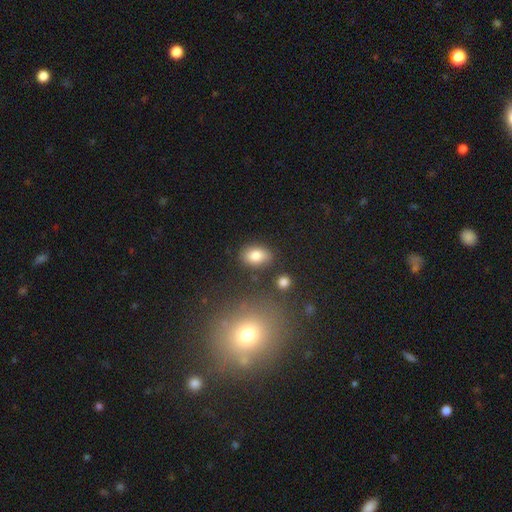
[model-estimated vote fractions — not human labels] Smooth or featured? Predicted: smooth (p=0.83). How rounded? Predicted: in between (p=0.82). Merging? Predicted: none (p=0.80).